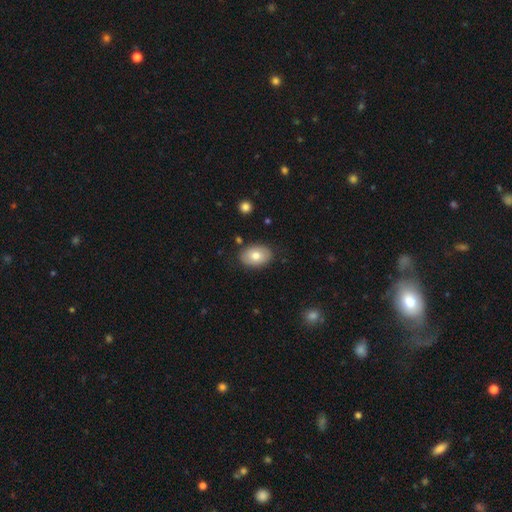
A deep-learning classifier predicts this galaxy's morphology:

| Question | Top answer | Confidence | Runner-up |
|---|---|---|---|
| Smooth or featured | smooth | 76% | featured or disk (17%) |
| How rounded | in between | 84% | round (15%) |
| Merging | none | 85% | minor disturbance (11%) |